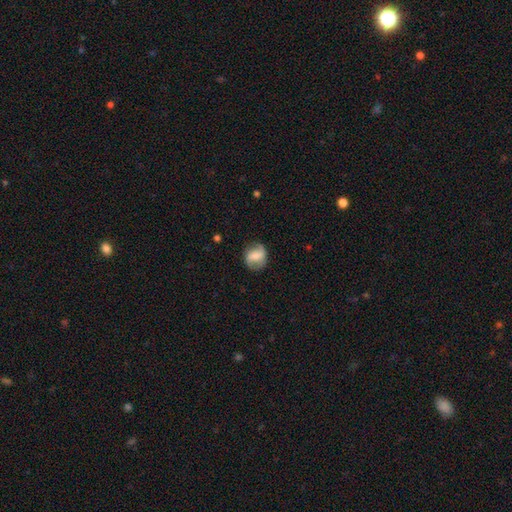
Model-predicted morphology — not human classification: Smooth or featured?
  - featured or disk: 53% *
  - smooth: 39%
  - star or artifact: 8%
Edge-on disk?
  - no: 97% *
  - yes: 3%
Bar?
  - weak: 42% *
  - no: 30%
  - strong: 29%
Spiral arms?
  - yes: 85% *
  - no: 15%
Bulge size?
  - small: 36% *
  - moderate: 32%
  - none: 19%
  - large: 10%
  - dominant: 3%
Merging?
  - none: 76% *
  - minor disturbance: 17%
  - major disturbance: 6%
  - merger: 1%